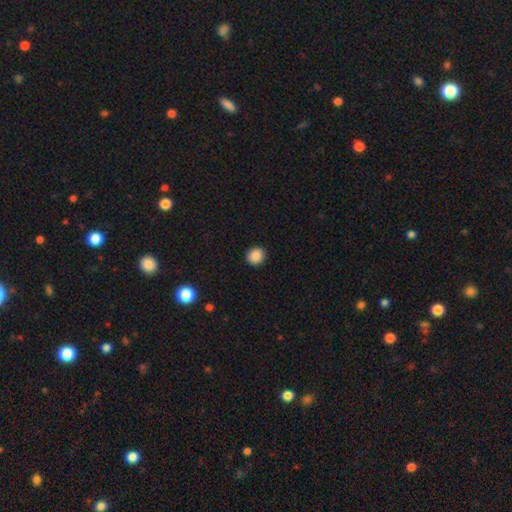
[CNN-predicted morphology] Smooth or featured? smooth (88%)
How rounded? round (82%)
Merging? none (91%)